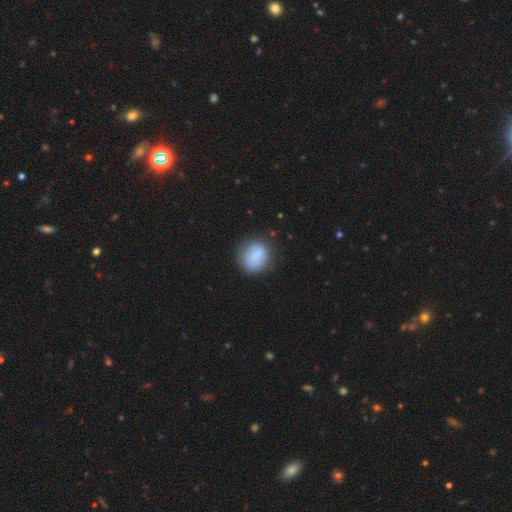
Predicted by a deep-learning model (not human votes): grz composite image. It shows a smooth galaxy with no disk features (80%) that is round (78%). Merging: none (72%).